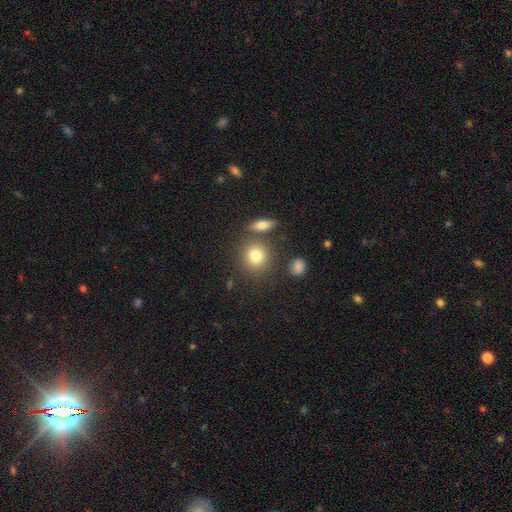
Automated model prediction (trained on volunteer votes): smooth-or-featured: smooth: 79% | star or artifact: 11% | featured or disk: 10%
  how-rounded: round: 82% | in between: 16% | cigar-shaped: 2%
  merging: none: 75% | merger: 12% | minor disturbance: 10% | major disturbance: 4%